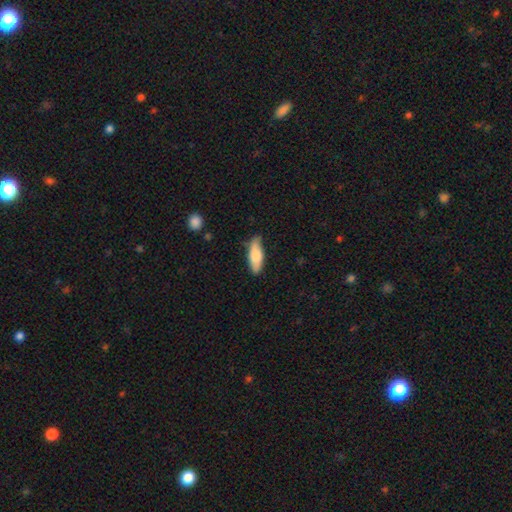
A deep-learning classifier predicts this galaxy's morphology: type=smooth (70%); roundness=in between (64%); merging=none (80%).